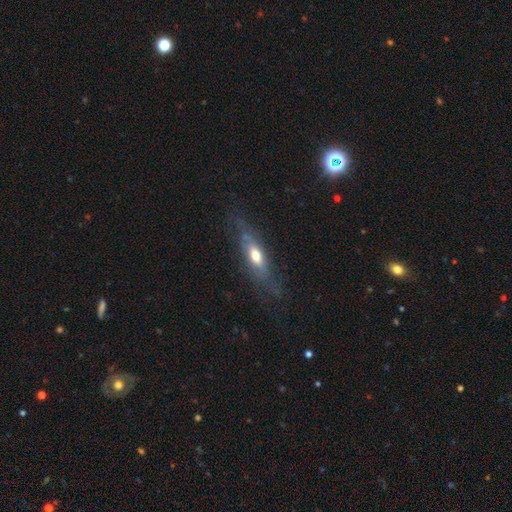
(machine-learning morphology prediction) Smooth or featured? Predicted: featured or disk (p=0.47). Merging? Predicted: none (p=0.67).